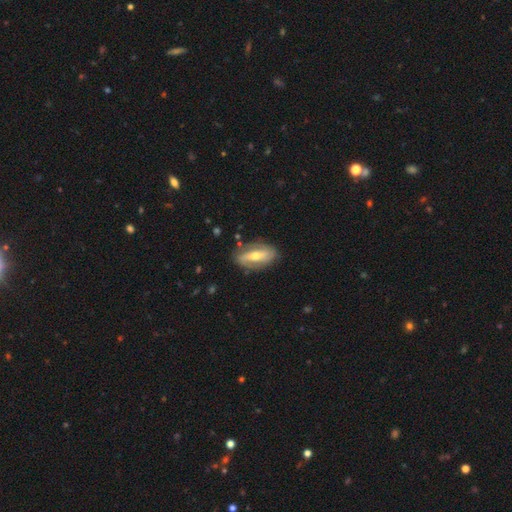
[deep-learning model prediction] Smooth or featured? Predicted: featured or disk (p=0.68). Edge-on disk? Predicted: no (p=0.85). Bar? Predicted: strong (p=0.42). Spiral arms? Predicted: yes (p=0.73). Bulge size? Predicted: moderate (p=0.61). Merging? Predicted: none (p=0.78).